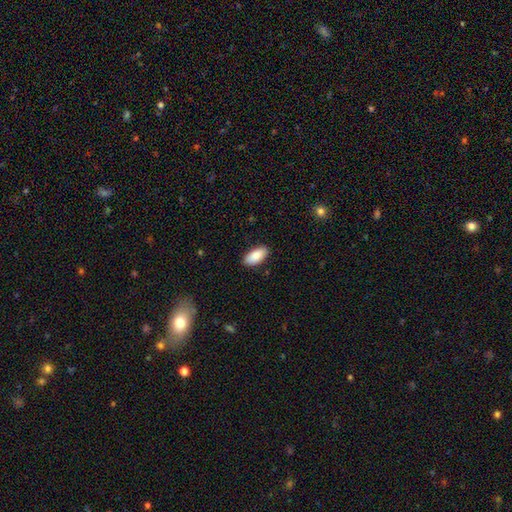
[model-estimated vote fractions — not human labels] Smooth or featured?
  - smooth: 87% *
  - featured or disk: 7%
  - star or artifact: 6%
How rounded?
  - in between: 92% *
  - cigar-shaped: 6%
  - round: 2%
Merging?
  - none: 88% *
  - minor disturbance: 9%
  - major disturbance: 2%
  - merger: 1%